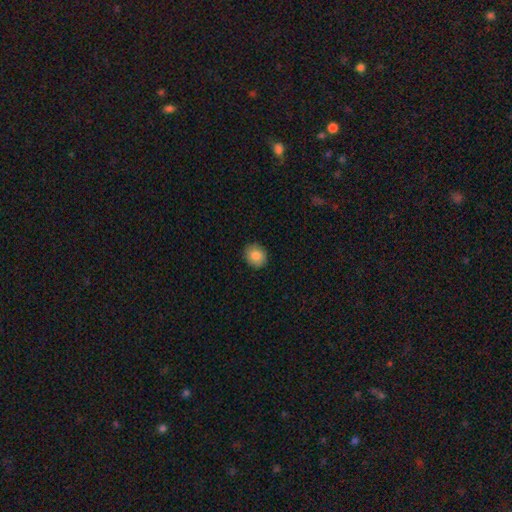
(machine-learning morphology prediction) Overall: smooth (85%). How rounded: round (67%; in between 32%). Merging: none (88%).